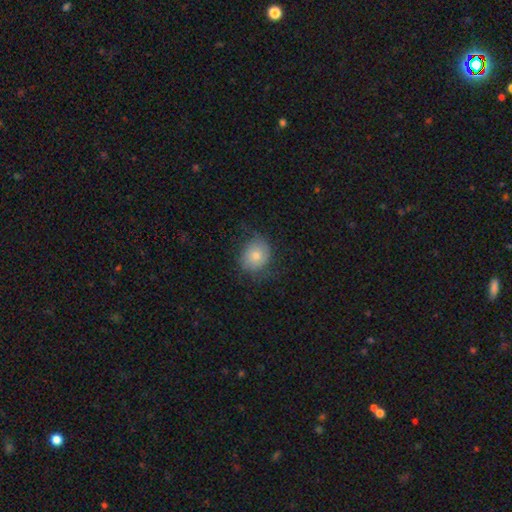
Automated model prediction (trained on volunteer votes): Smooth or featured: smooth — 70% (featured or disk — 22%)
How rounded: round — 70% (in between — 30%)
Merging: none — 62% (minor disturbance — 24%)